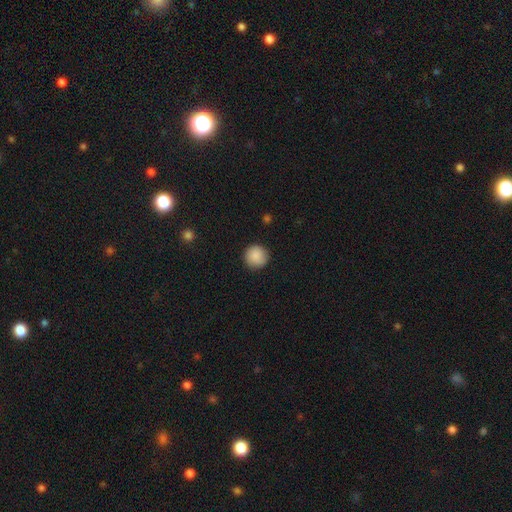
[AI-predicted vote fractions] This appears to be a smooth galaxy with no disk features (88%) that is round (95%). Merging: none (89%).